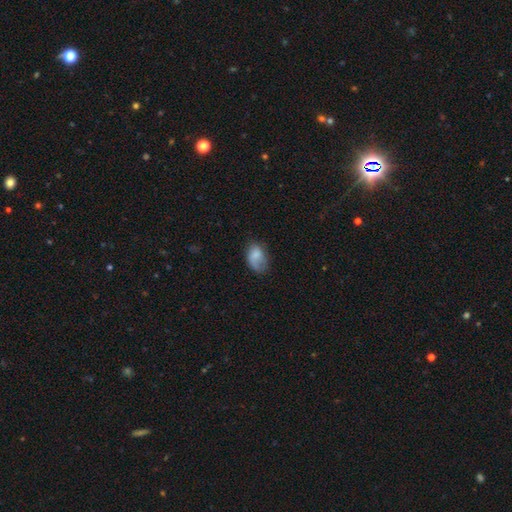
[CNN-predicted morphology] The model was most divided on "merging": none: 45%, minor disturbance: 33%, major disturbance: 19%, merger: 3%. More confident: how rounded — in between (86%); smooth or featured — smooth (75%).